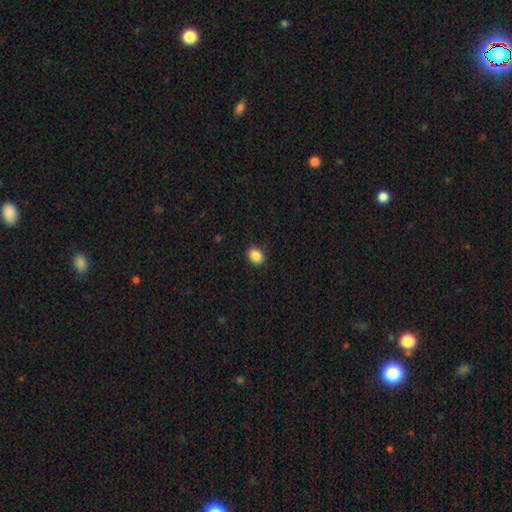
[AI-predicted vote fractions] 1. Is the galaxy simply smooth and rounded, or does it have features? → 88% smooth, 9% star or artifact, 3% featured or disk.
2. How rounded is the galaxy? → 51% round, 48% in between, 1% cigar-shaped.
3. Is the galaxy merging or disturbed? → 89% none, 8% minor disturbance, 2% major disturbance, 1% merger.